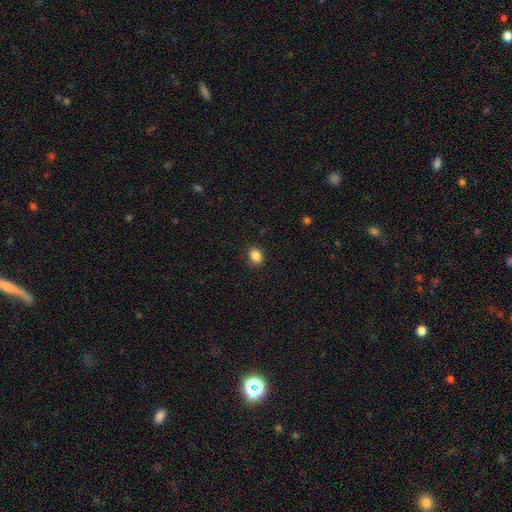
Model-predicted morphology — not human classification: Smooth or featured? smooth (86%)
How rounded? in between (55%)
Merging? none (87%)